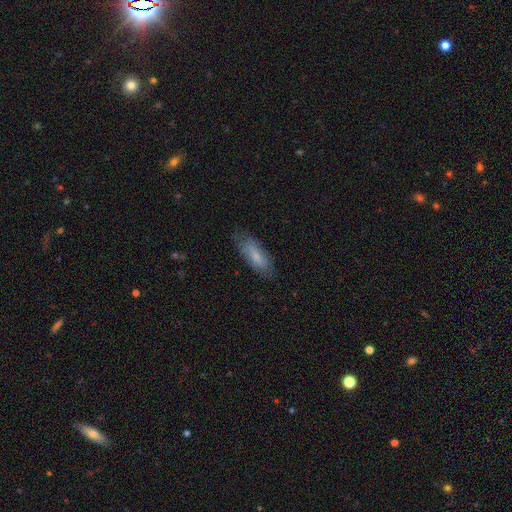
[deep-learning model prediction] This is likely a smooth galaxy (70%). How rounded: likely in between (65%). Merging: likely none (74%).